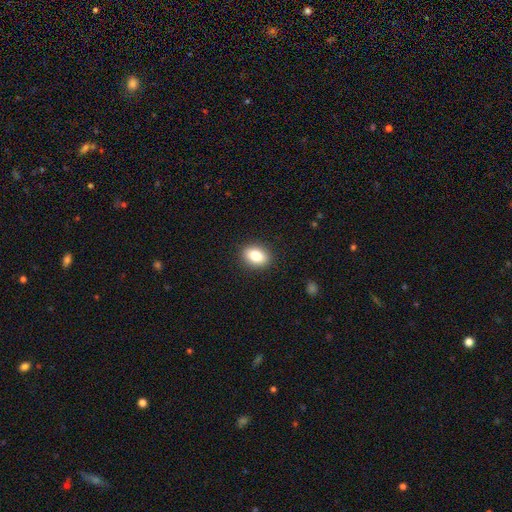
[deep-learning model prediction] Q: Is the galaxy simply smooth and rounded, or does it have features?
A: smooth — 83%.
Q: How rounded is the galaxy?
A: in between — 74%.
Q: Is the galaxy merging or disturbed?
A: none — 89%.